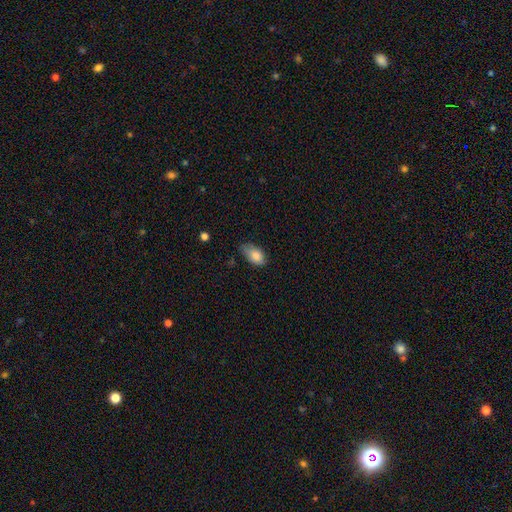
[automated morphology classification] smooth 84%, featured or disk 9%, star or artifact 7%. Down the decision tree: how rounded — in between (92%); merging — none (53%).